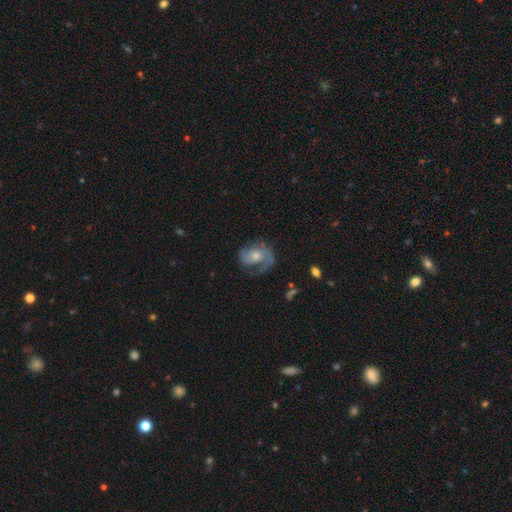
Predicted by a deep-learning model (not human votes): Smooth or featured? Predicted: featured or disk (p=0.78). Edge-on disk? Predicted: no (p=0.98). Bar? Predicted: no (p=0.67). Spiral arms? Predicted: yes (p=0.93). Spiral winding? Predicted: medium (p=0.46). Spiral arm count? Predicted: 2 (p=0.59). Bulge size? Predicted: moderate (p=0.48). Merging? Predicted: none (p=0.57).